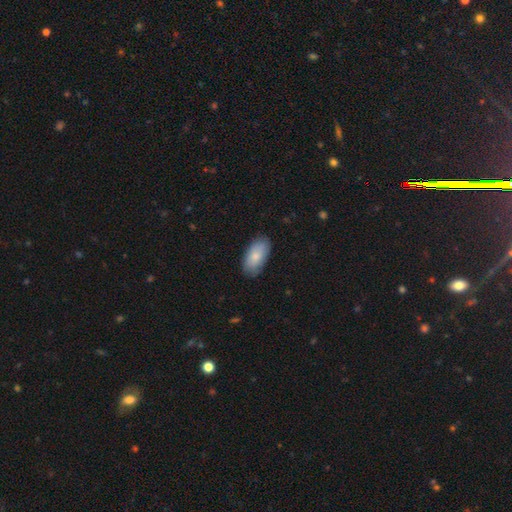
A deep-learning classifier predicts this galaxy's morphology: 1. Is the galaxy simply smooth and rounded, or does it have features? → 82% smooth, 12% featured or disk, 6% star or artifact.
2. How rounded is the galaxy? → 94% in between, 3% cigar-shaped, 3% round.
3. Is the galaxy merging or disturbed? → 82% none, 15% minor disturbance, 3% major disturbance, 1% merger.